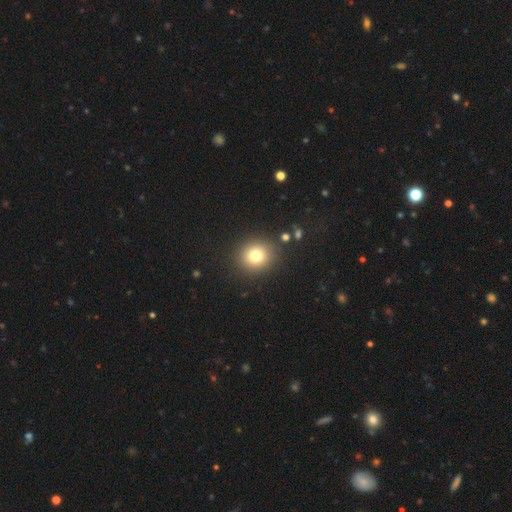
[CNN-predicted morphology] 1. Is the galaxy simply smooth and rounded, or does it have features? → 77% smooth, 13% star or artifact, 9% featured or disk.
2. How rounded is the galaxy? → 85% round, 14% in between, 1% cigar-shaped.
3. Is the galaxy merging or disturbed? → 88% none, 7% minor disturbance, 3% major disturbance, 2% merger.